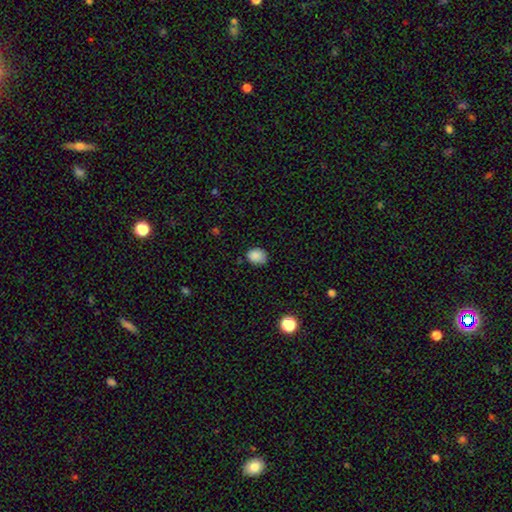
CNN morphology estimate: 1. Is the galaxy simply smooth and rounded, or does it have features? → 86% smooth, 10% star or artifact, 4% featured or disk.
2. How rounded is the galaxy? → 57% in between, 42% round, 1% cigar-shaped.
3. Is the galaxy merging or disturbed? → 71% none, 24% minor disturbance, 4% major disturbance, 2% merger.